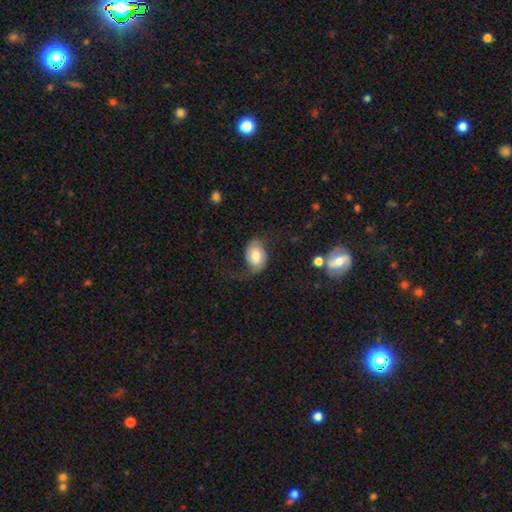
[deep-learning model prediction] Morphology: type=featured or disk (48%); merging=none (47%).